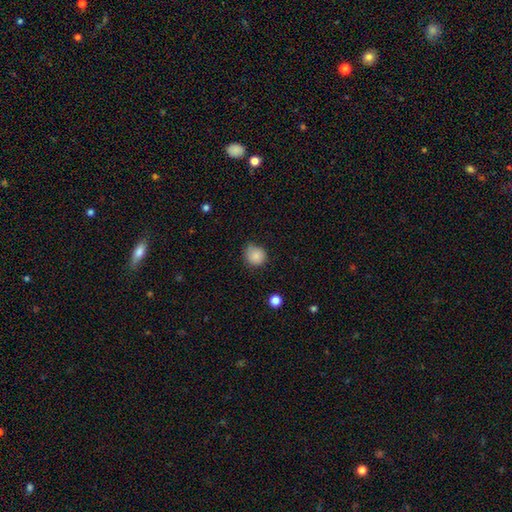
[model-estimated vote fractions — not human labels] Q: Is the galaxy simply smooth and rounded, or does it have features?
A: smooth — 84%.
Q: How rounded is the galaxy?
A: round — 84%.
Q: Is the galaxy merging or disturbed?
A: none — 64%.